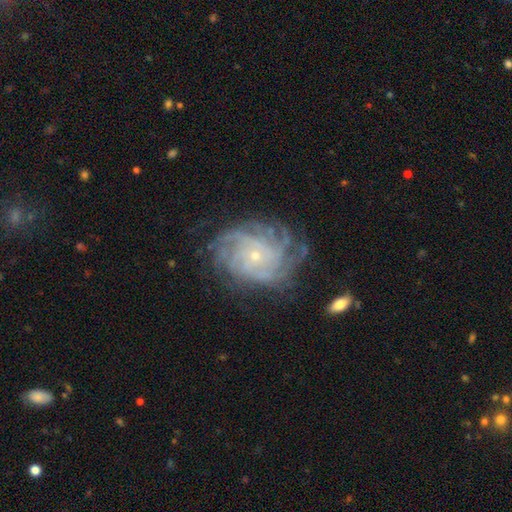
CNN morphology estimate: A featured or disk galaxy (86%) with no bar (78%), more than 4 (28%) tight (69%) spiral arms (96%) and a small central bulge (82%). Merging: none (72%).